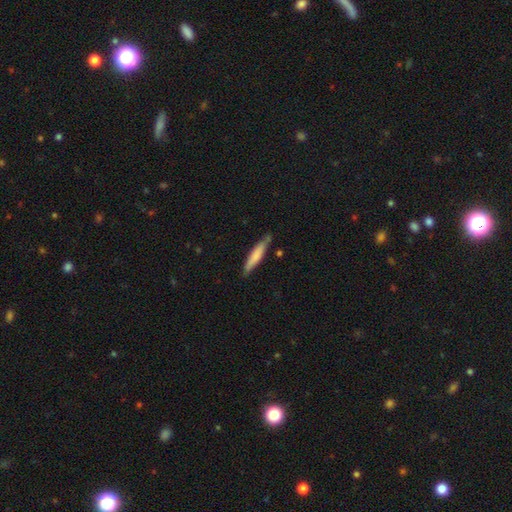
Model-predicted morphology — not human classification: smooth 72%, featured or disk 23%, star or artifact 5%. Down the decision tree: how rounded — cigar-shaped (89%); merging — none (78%).